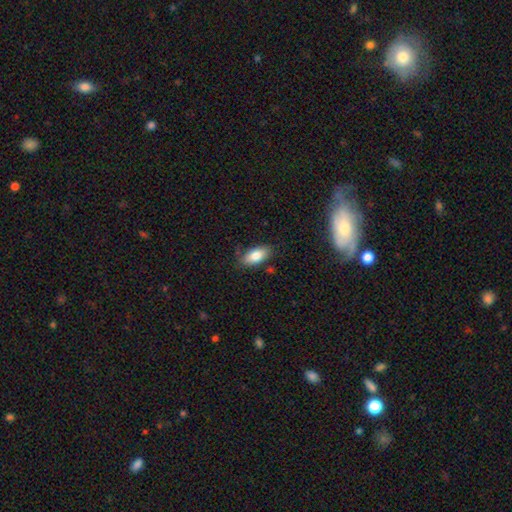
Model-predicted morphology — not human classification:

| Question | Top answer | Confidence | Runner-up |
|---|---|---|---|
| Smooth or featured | smooth | 82% | featured or disk (11%) |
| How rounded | in between | 89% | cigar-shaped (7%) |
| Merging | none | 80% | minor disturbance (15%) |